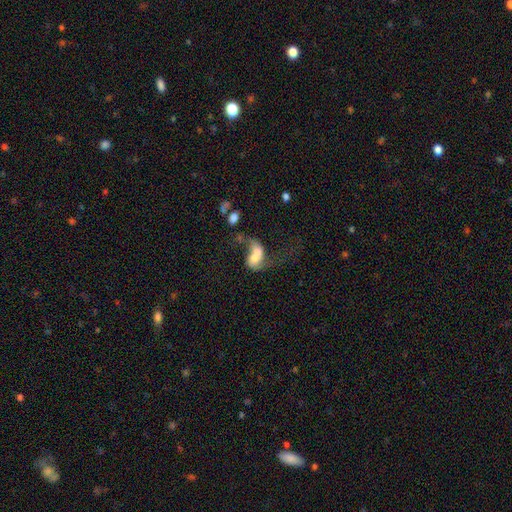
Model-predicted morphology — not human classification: Smooth or featured? featured or disk (50%)
Edge-on disk? no (96%)
Merging? merger (41%)